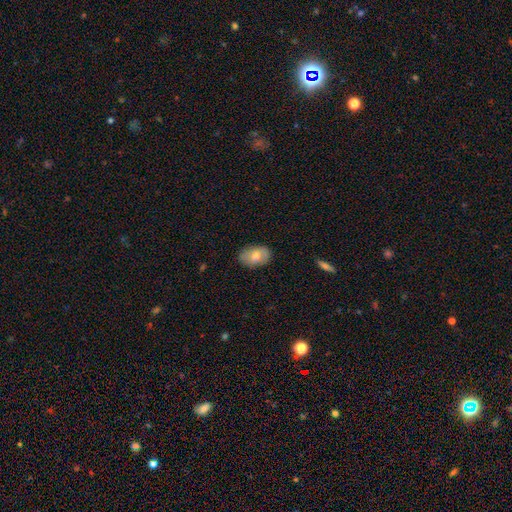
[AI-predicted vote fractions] Smooth or featured?
  - smooth: 73% *
  - featured or disk: 21%
  - star or artifact: 6%
How rounded?
  - in between: 90% *
  - round: 9%
  - cigar-shaped: 1%
Merging?
  - none: 85% *
  - minor disturbance: 12%
  - major disturbance: 2%
  - merger: 1%